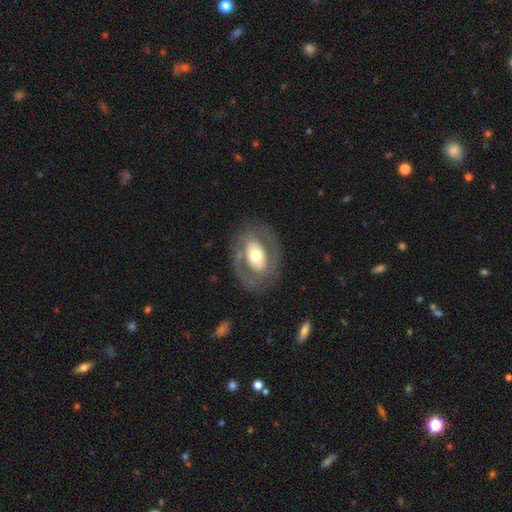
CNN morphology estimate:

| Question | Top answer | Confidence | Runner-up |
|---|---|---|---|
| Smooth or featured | featured or disk | 62% | smooth (33%) |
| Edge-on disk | no | 94% | yes (6%) |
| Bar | no | 61% | weak (21%) |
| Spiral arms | no | 66% | yes (34%) |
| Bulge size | moderate | 58% | large (29%) |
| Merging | none | 77% | minor disturbance (13%) |